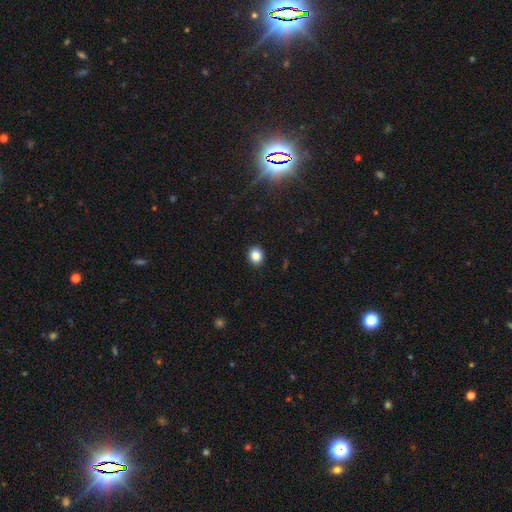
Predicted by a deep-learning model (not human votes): Morphology: type=smooth (85%); roundness=round (64%); merging=none (91%).